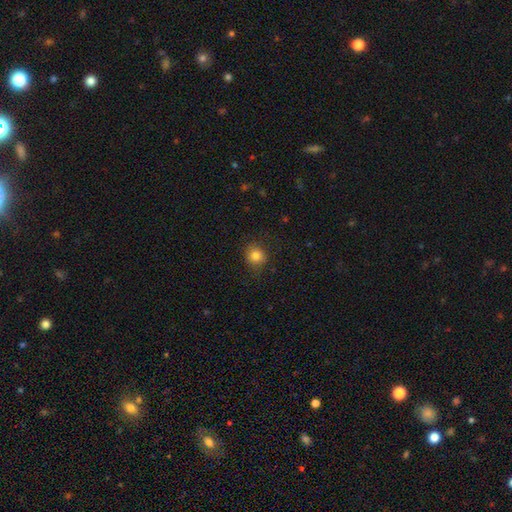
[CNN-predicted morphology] smooth-or-featured: smooth: 83% | star or artifact: 11% | featured or disk: 6%
  how-rounded: round: 84% | in between: 15% | cigar-shaped: 1%
  merging: none: 85% | minor disturbance: 11% | major disturbance: 3% | merger: 1%